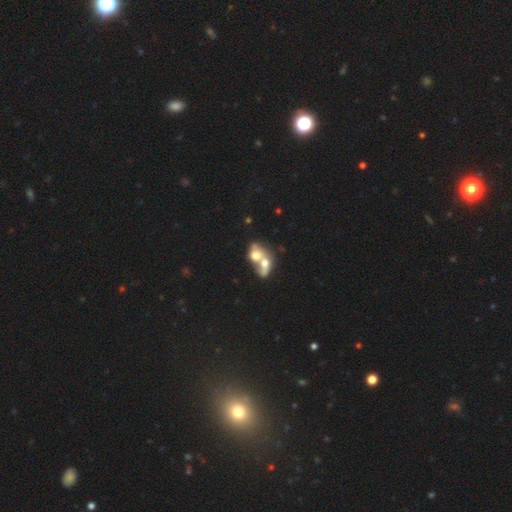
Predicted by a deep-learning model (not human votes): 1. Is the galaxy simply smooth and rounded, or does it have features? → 55% smooth, 34% featured or disk, 11% star or artifact.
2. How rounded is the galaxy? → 54% in between, 43% round, 2% cigar-shaped.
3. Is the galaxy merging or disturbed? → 79% merger, 12% none, 5% major disturbance, 4% minor disturbance.